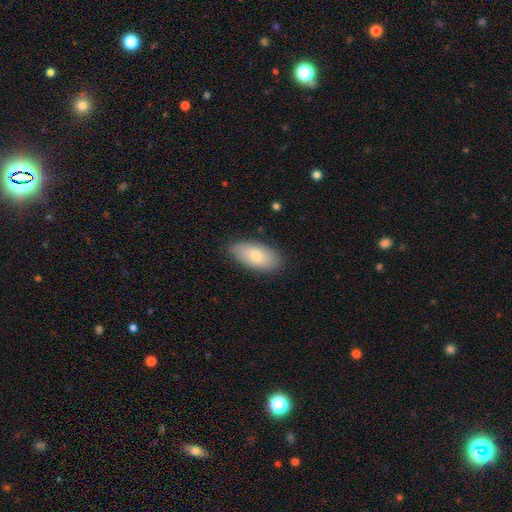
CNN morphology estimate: smooth 78%, featured or disk 16%, star or artifact 6%. Down the decision tree: how rounded — in between (92%); merging — none (83%).